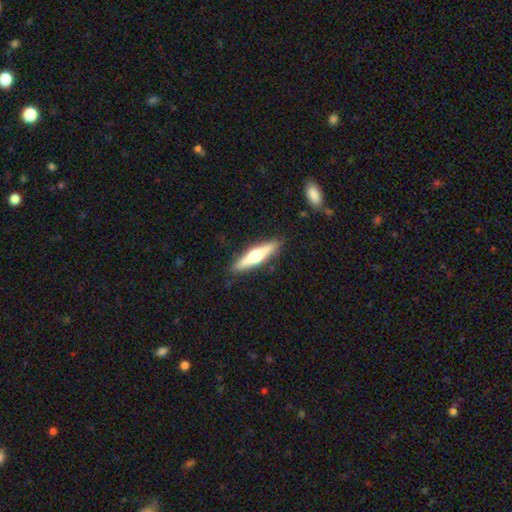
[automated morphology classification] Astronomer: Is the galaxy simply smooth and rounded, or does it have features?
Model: featured or disk — 58% (runner-up: smooth, 37%).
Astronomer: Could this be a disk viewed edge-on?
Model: yes — 95%.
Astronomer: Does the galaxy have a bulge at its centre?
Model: rounded — 94%.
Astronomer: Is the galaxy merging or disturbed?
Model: none — 89%.